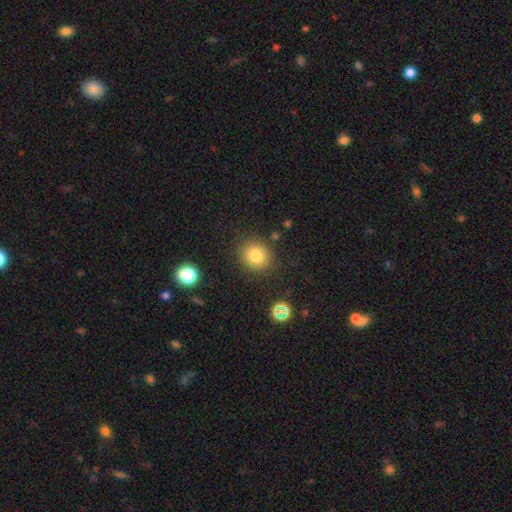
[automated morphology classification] smooth 80%, star or artifact 12%, featured or disk 7%. Down the decision tree: how rounded — round (83%); merging — none (87%).